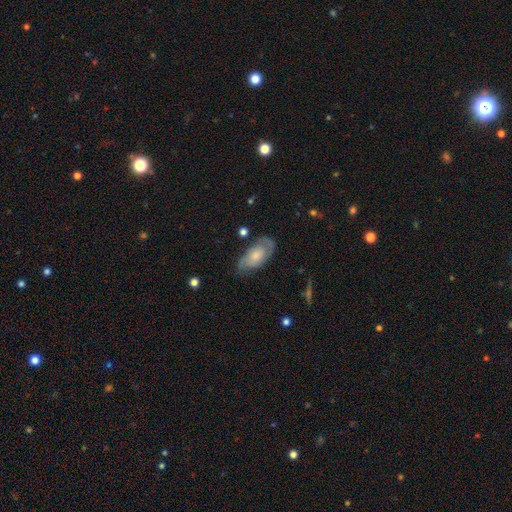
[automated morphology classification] smooth-or-featured: featured or disk: 60% | smooth: 34% | star or artifact: 6%
  disk-edge-on: no: 92% | yes: 8%
    bar: no: 75% | weak: 22% | strong: 3%
    has-spiral-arms: yes: 83% | no: 17%
    bulge-size: small: 40% | moderate: 39% | large: 10% | none: 9% | dominant: 2%
  merging: none: 67% | minor disturbance: 23% | major disturbance: 8% | merger: 2%